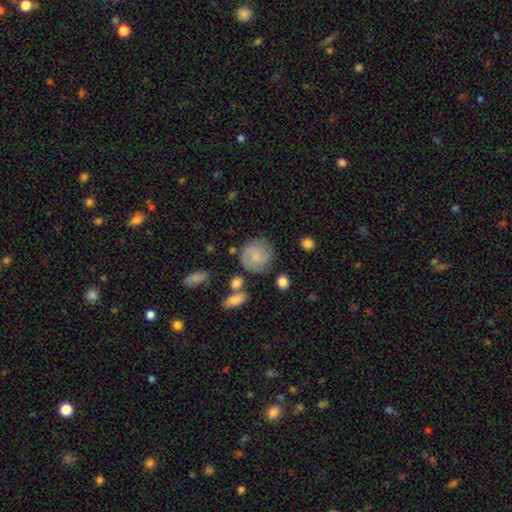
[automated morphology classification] A smooth galaxy with no disk features (54%) that is round (87%).

Vote fractions:
- Smooth or featured? smooth: 54% / featured or disk: 39% / star or artifact: 7%
- How rounded? round: 87% / in between: 12% / cigar-shaped: 1%
- Merging? none: 72% / minor disturbance: 17% / major disturbance: 6% / merger: 5%